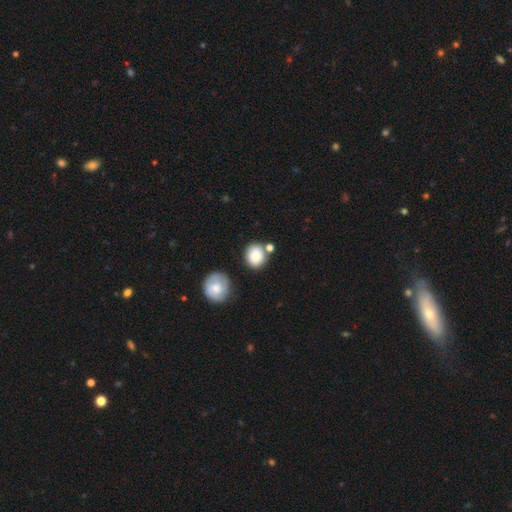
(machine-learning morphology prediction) type=smooth (81%); roundness=round (73%); merging=none (68%).